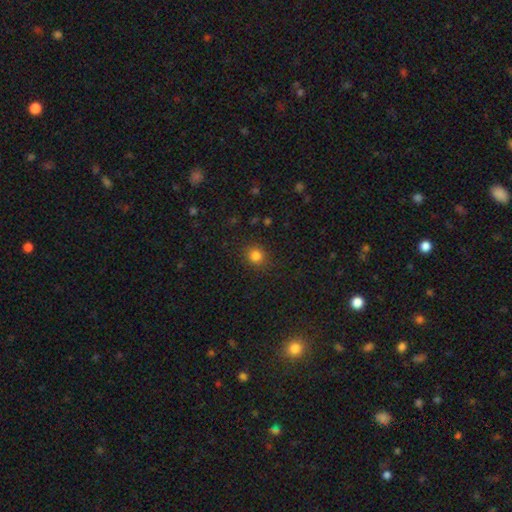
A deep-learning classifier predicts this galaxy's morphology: Smooth or featured? smooth (82%)
How rounded? round (84%)
Merging? none (88%)